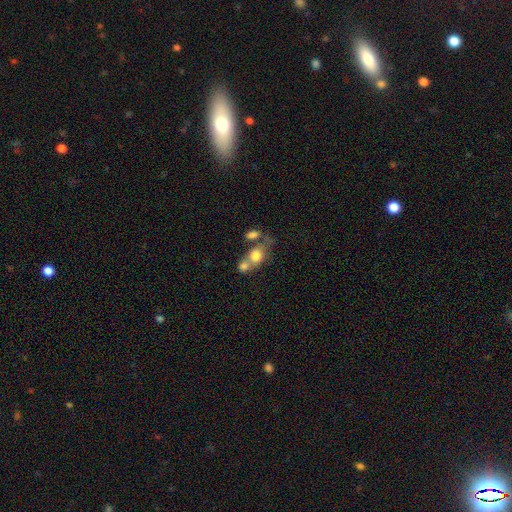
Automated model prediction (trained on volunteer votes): smooth_or_featured: smooth (p=0.73) [alt: featured or disk p=0.17]
how_rounded: in between (p=0.49) [alt: round p=0.48]
merging: merger (p=0.56) [alt: none p=0.28]